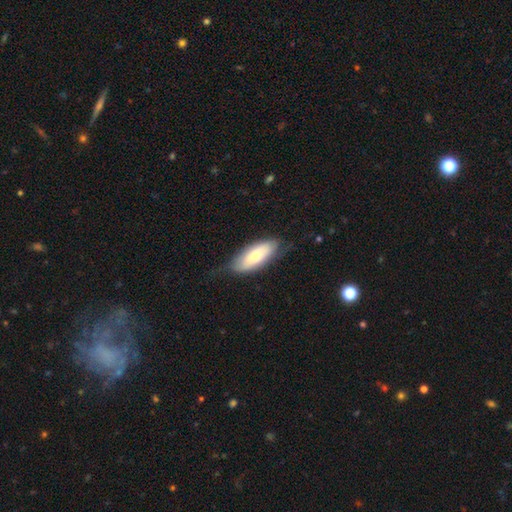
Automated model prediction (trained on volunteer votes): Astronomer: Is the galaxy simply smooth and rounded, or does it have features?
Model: smooth — 66%.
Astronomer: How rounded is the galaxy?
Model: in between — 80%.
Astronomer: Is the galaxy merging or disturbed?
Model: none — 67%.